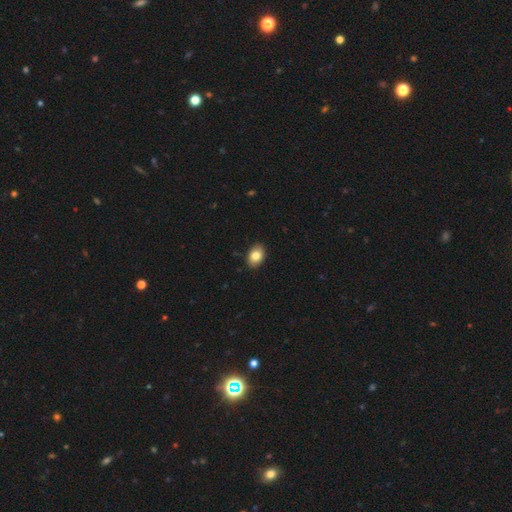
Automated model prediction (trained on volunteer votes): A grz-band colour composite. It shows a smooth galaxy with no disk features (83%) that is in between round and cigar-shaped (85%). Merging: none (89%).